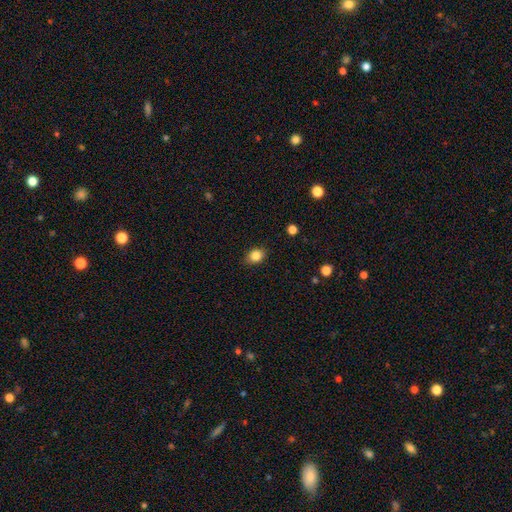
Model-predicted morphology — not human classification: A smooth galaxy with no disk features (84%) that is in between round and cigar-shaped (54%).

Vote fractions:
- Smooth or featured? smooth: 84% / star or artifact: 10% / featured or disk: 6%
- How rounded? in between: 54% / round: 45% / cigar-shaped: 1%
- Merging? none: 85% / minor disturbance: 12% / major disturbance: 2% / merger: 1%